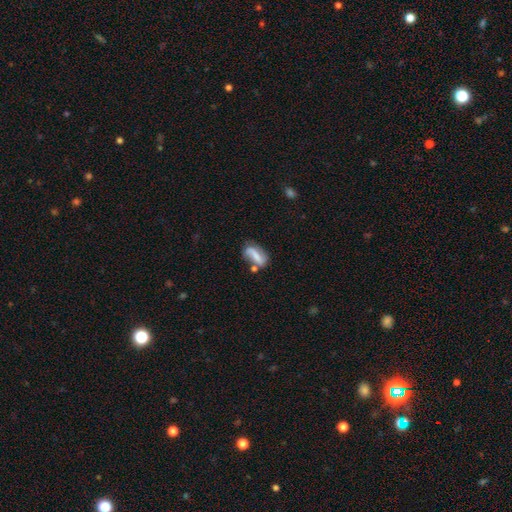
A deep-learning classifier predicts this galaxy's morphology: Smooth or featured?
  - featured or disk: 53% *
  - smooth: 38%
  - star or artifact: 9%
Edge-on disk?
  - no: 92% *
  - yes: 8%
Merging?
  - none: 46% *
  - minor disturbance: 25%
  - merger: 16%
  - major disturbance: 14%